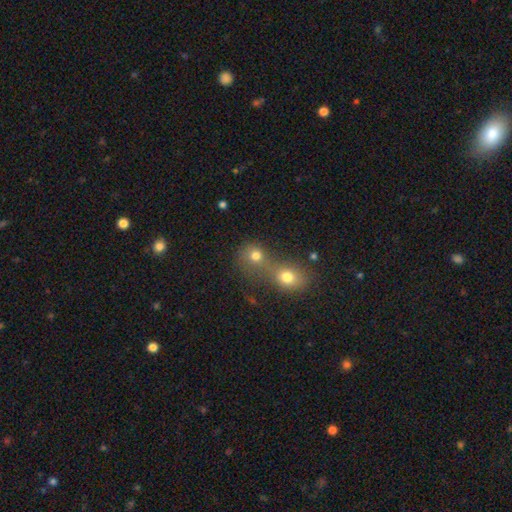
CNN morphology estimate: Overall: smooth (74%). How rounded: round (77%). Merging: merger (62%; none 27%).